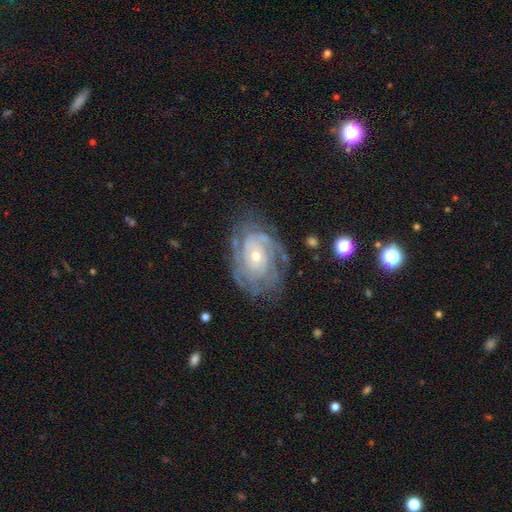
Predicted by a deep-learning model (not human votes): featured or disk 83%, smooth 11%, star or artifact 7%. Down the decision tree: edge-on disk — no (96%); bar — no (77%); spiral arms — yes (90%); spiral arm count — can't tell (48%); spiral winding — tight (68%); bulge size — small (57%); merging — none (68%).